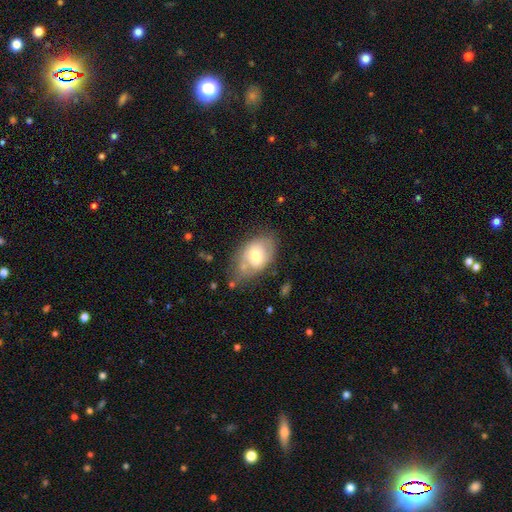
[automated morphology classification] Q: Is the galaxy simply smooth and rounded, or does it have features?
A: smooth — 62%.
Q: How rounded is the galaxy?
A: in between — 87%.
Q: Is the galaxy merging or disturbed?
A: none — 51%.